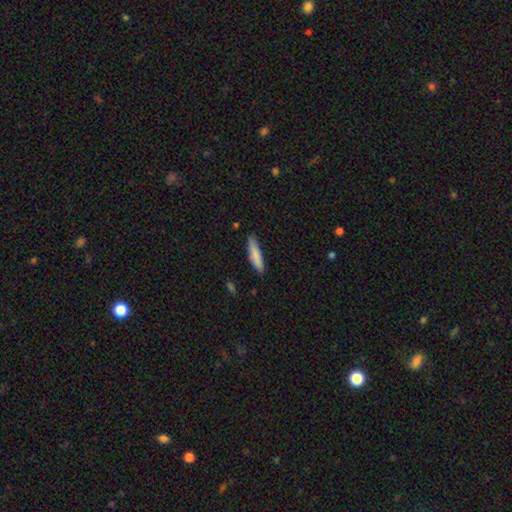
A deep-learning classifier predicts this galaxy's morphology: Smooth or featured? smooth (82%)
How rounded? cigar-shaped (79%)
Merging? none (82%)